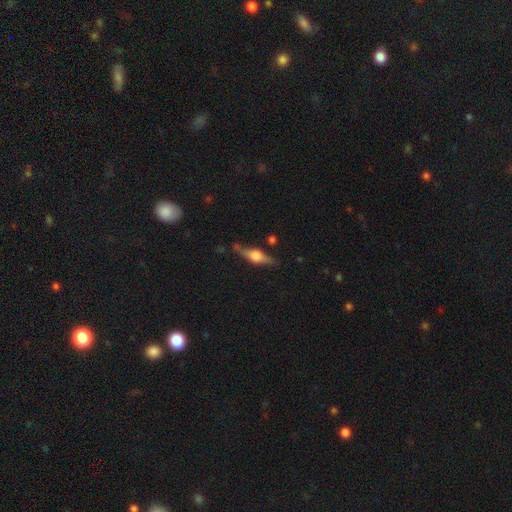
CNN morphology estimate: Smooth or featured: featured or disk — 69% (smooth — 24%)
Edge-on disk: yes — 95% (no — 5%)
Edge-on bulge: rounded — 91% (boxy — 8%)
Merging: none — 76% (minor disturbance — 16%)